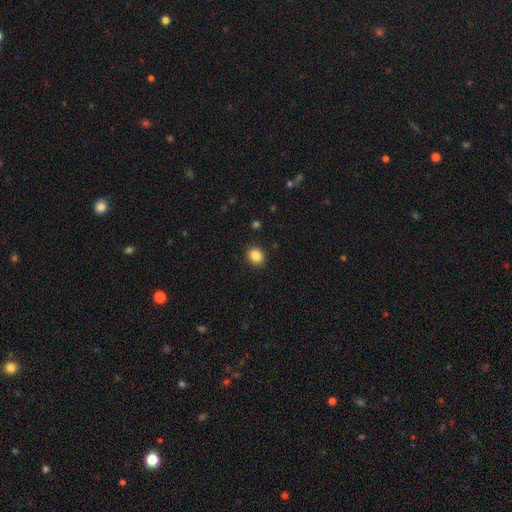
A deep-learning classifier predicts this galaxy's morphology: This is clearly a smooth galaxy (85%). How rounded: likely round (71%). Merging: clearly none (91%).